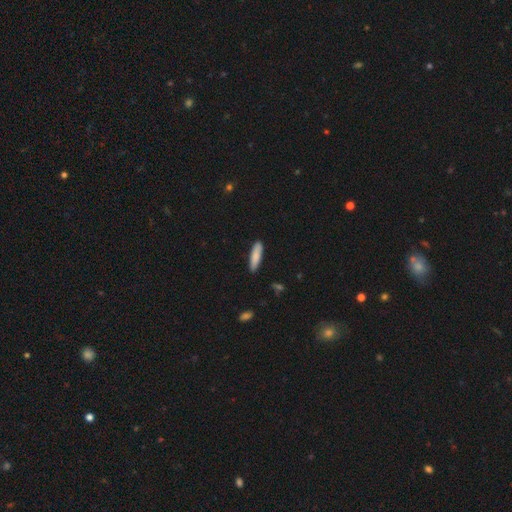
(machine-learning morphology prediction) Smooth or featured? Predicted: smooth (p=0.84). How rounded? Predicted: cigar-shaped (p=0.75). Merging? Predicted: none (p=0.88).